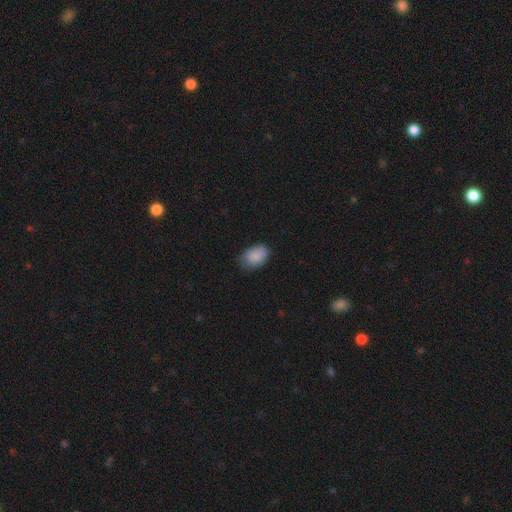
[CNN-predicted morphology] Smooth or featured? smooth (87%)
How rounded? in between (87%)
Merging? none (68%)